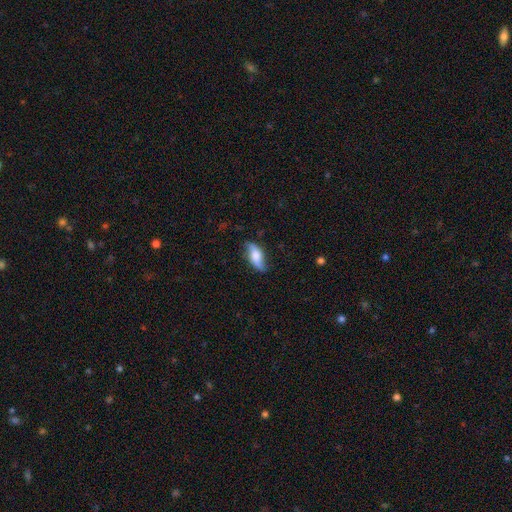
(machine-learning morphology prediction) Overall: featured or disk (48%; smooth 45%). Merging: none (73%).